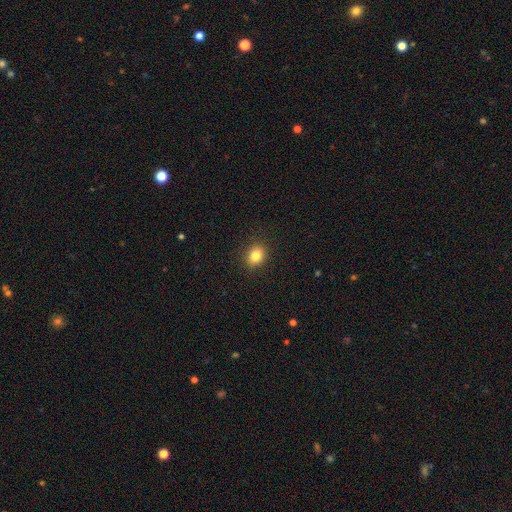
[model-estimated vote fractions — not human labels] smooth_or_featured: smooth (p=0.83) [alt: star or artifact p=0.11]
how_rounded: round (p=0.57) [alt: in between p=0.43]
merging: none (p=0.90) [alt: minor disturbance p=0.07]